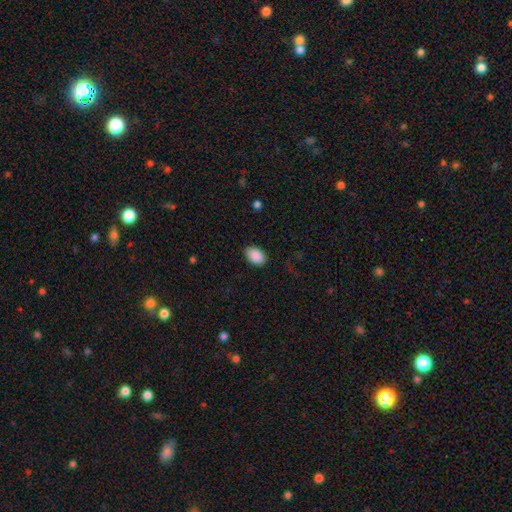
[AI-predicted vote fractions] Smooth or featured: smooth — 90% (star or artifact — 7%)
How rounded: in between — 88% (round — 11%)
Merging: none — 83% (minor disturbance — 13%)